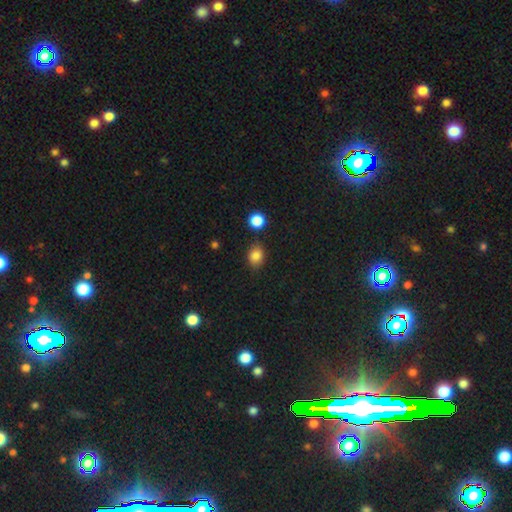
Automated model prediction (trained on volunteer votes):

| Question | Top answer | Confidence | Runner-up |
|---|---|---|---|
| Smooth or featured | smooth | 84% | star or artifact (11%) |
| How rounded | in between | 51% | round (48%) |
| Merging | none | 78% | minor disturbance (14%) |